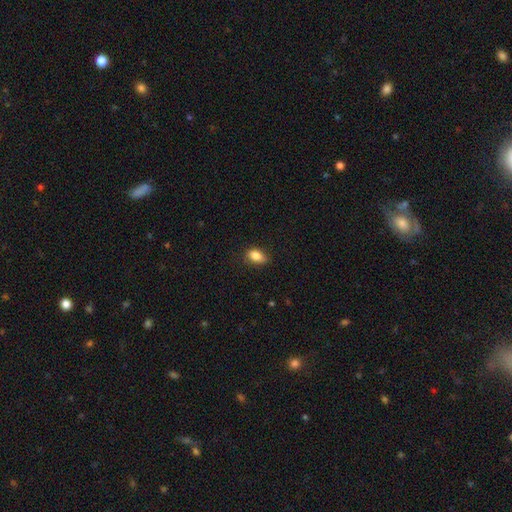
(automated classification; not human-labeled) A smooth galaxy with no disk features (85%) that is in between round and cigar-shaped (86%). Merging: none (73%).